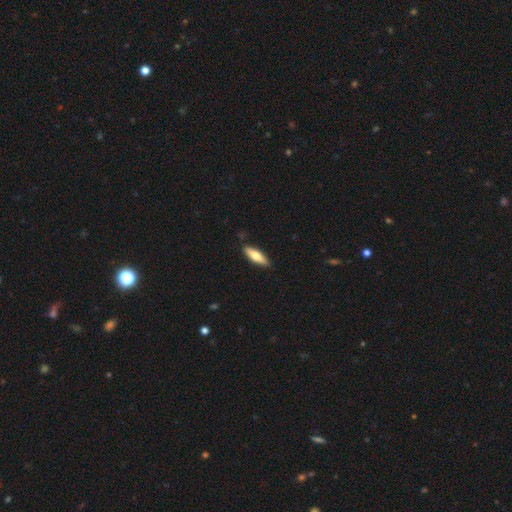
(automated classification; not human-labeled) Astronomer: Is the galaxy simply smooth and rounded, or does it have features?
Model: smooth — 70%.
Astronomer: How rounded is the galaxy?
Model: cigar-shaped — 50% (runner-up: in between, 48%).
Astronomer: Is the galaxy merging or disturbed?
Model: none — 88%.